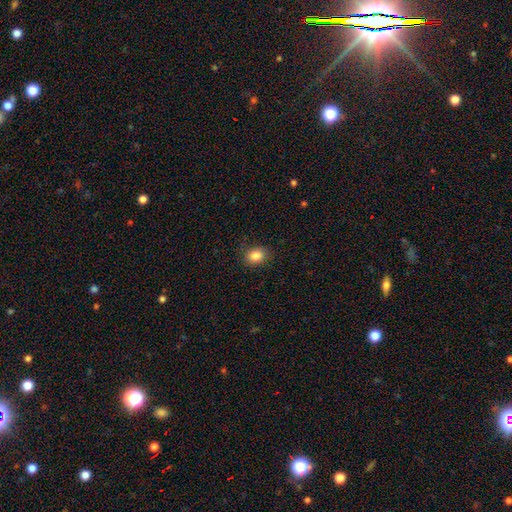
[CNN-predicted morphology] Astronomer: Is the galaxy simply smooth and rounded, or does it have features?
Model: smooth — 85%.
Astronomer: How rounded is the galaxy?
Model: in between — 57% (runner-up: round, 42%).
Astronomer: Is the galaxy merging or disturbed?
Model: none — 87%.